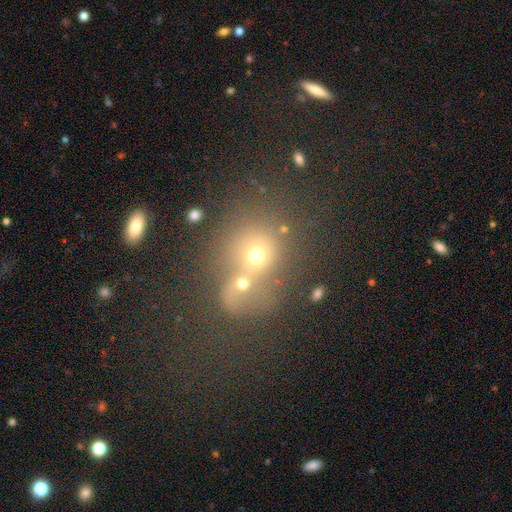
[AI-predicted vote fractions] smooth-or-featured: smooth: 55% | star or artifact: 25% | featured or disk: 20%
  how-rounded: round: 69% | in between: 30% | cigar-shaped: 1%
  merging: merger: 50% | none: 33% | minor disturbance: 9% | major disturbance: 7%